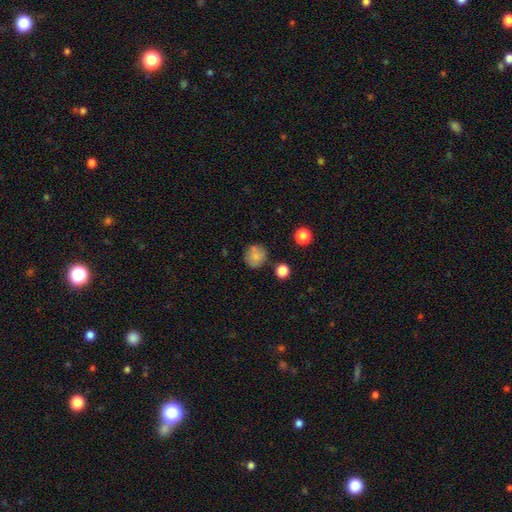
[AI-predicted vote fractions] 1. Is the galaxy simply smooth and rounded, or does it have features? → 80% smooth, 11% star or artifact, 9% featured or disk.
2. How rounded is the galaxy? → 86% round, 13% in between, 1% cigar-shaped.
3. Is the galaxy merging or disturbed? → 73% none, 15% minor disturbance, 7% merger, 4% major disturbance.